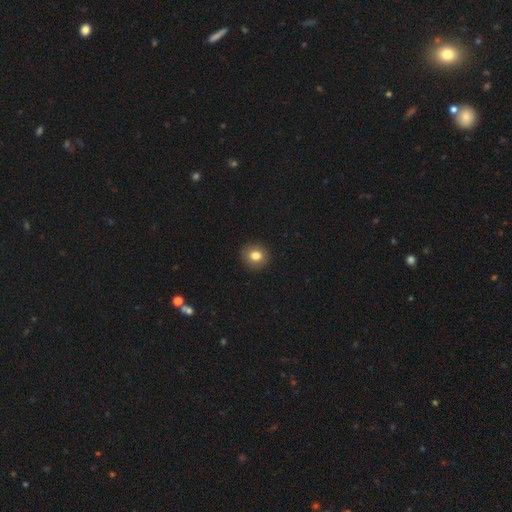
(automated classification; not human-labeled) Smooth or featured: smooth — 81% (star or artifact — 10%)
How rounded: round — 84% (in between — 15%)
Merging: none — 91% (minor disturbance — 6%)